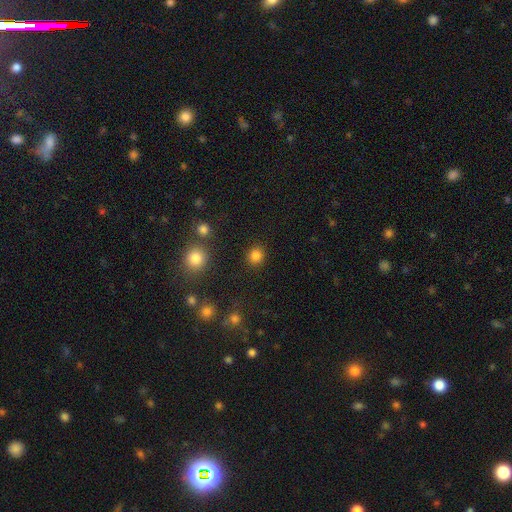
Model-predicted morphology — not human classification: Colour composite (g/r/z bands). It shows a smooth galaxy with no disk features (84%) that is round (87%). Merging: none (89%).